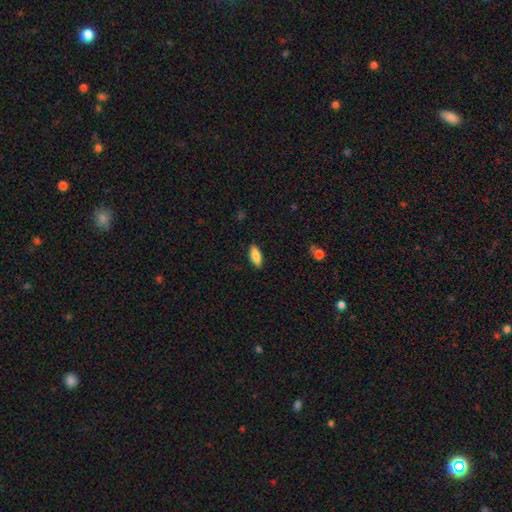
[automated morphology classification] A smooth galaxy with no disk features (80%) that is in between round and cigar-shaped (73%).

Vote fractions:
- Smooth or featured? smooth: 80% / featured or disk: 14% / star or artifact: 7%
- How rounded? in between: 73% / cigar-shaped: 25% / round: 2%
- Merging? none: 88% / minor disturbance: 9% / major disturbance: 2% / merger: 1%